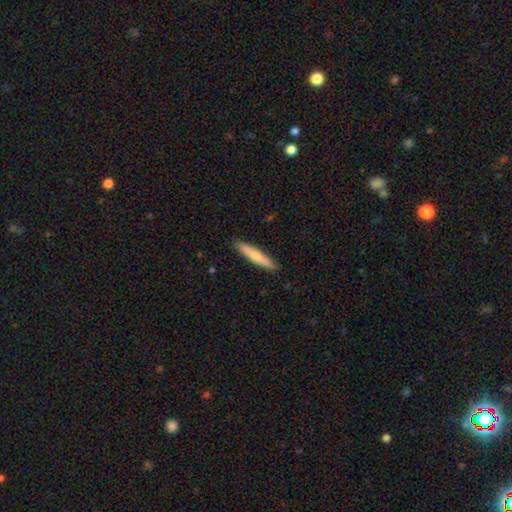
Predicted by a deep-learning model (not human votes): smooth_or_featured: smooth (p=0.65) [alt: featured or disk p=0.30]
how_rounded: cigar-shaped (p=0.91) [alt: in between p=0.08]
merging: none (p=0.90) [alt: minor disturbance p=0.07]